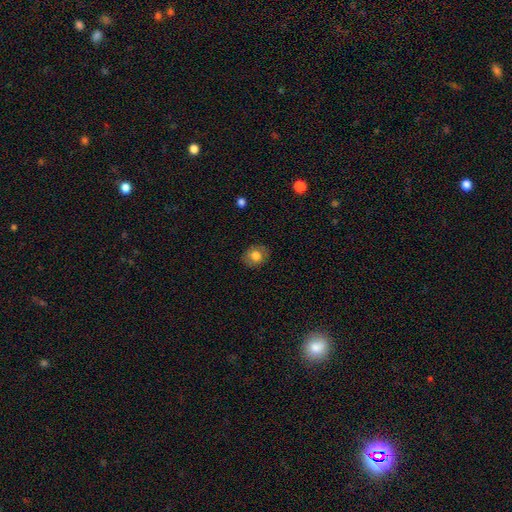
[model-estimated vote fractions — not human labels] This appears to be a smooth galaxy with no disk features (77%) that is round (60%). Merging: none (84%).